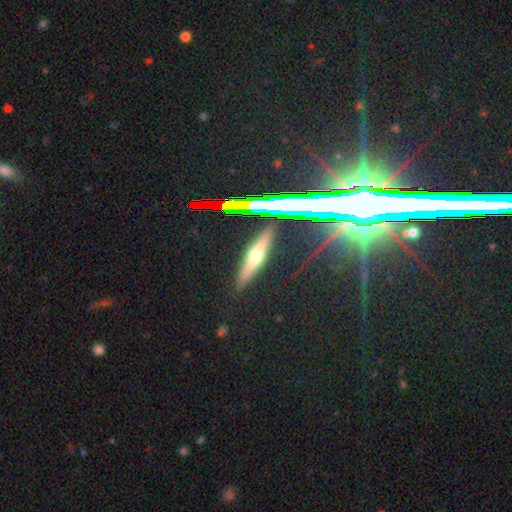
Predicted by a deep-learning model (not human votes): Q: Smooth or featured?
A: featured or disk (38%); runner-up: smooth (37%)
Q: Merging?
A: none (88%); runner-up: minor disturbance (8%)